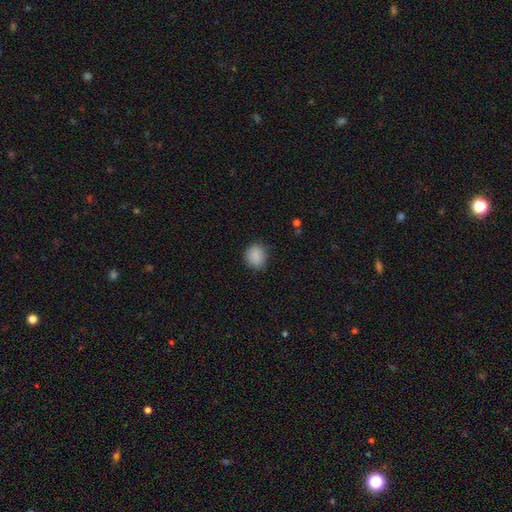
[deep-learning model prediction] smooth 87%, star or artifact 9%, featured or disk 5%. Down the decision tree: how rounded — round (72%); merging — none (82%).